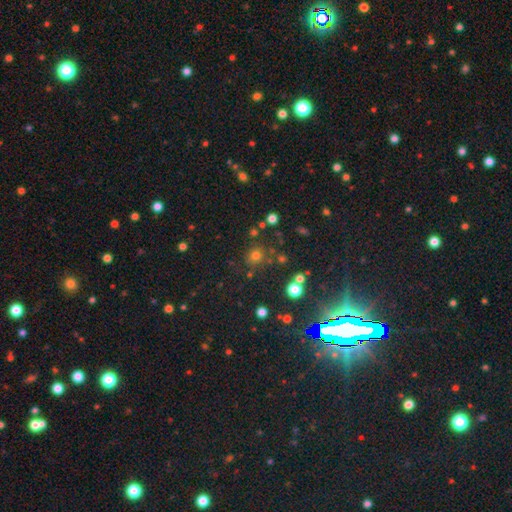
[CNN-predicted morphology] This is likely a smooth galaxy (70%). How rounded: clearly round (89%). Merging: likely none (77%).